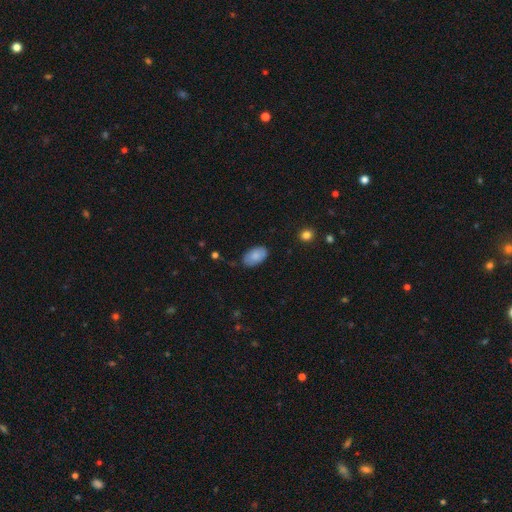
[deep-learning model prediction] This appears to be a smooth galaxy with no disk features (84%) that is in between round and cigar-shaped (94%). Merging: none (80%).